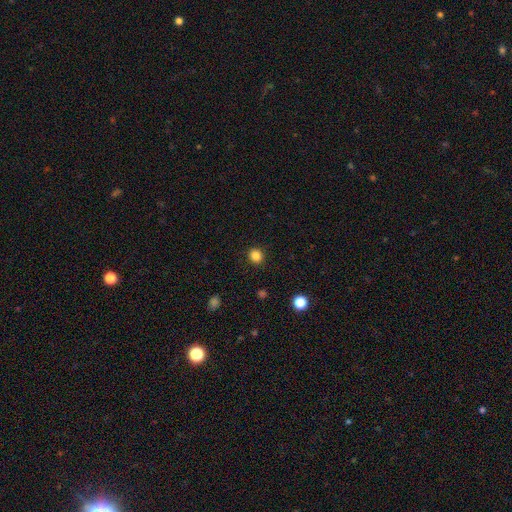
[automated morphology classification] A smooth galaxy with no disk features (85%) that is round (88%). Merging: none (91%).